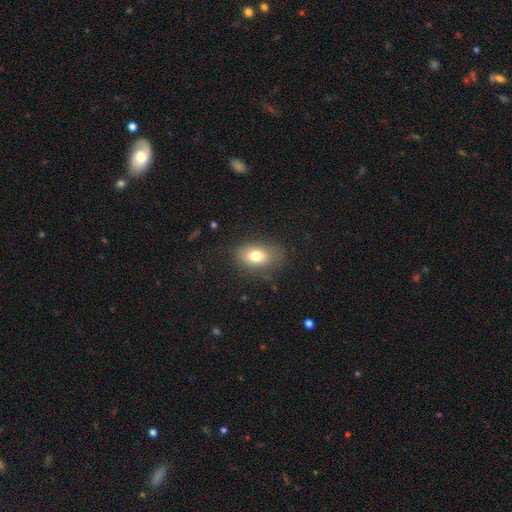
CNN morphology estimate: Overall: smooth (76%). How rounded: in between (83%). Merging: none (75%).